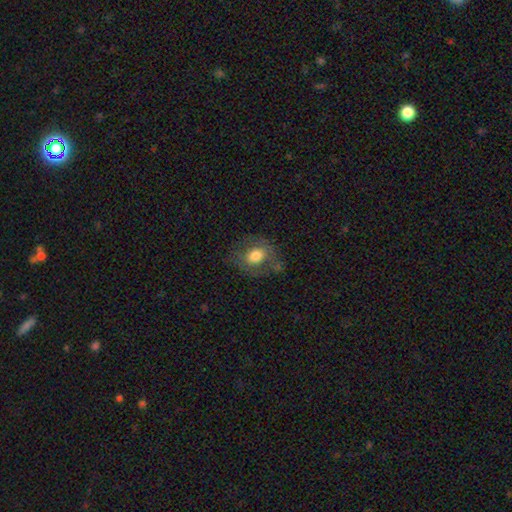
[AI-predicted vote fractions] Morphology: type=smooth (65%); roundness=round (53%); merging=none (64%).